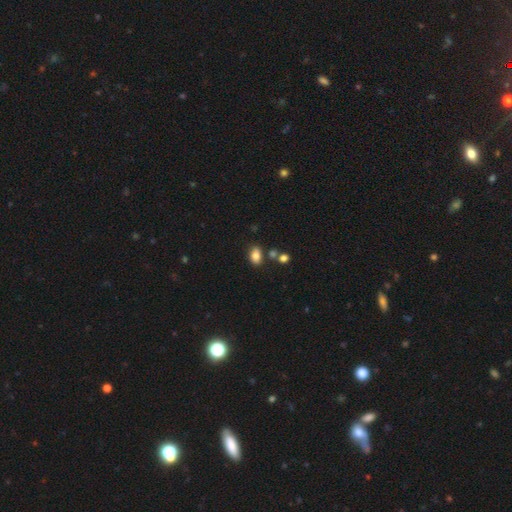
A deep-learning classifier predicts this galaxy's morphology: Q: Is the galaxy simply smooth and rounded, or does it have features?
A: smooth — 81%.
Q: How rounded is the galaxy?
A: in between — 81%.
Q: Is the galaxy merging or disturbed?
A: none — 74%.